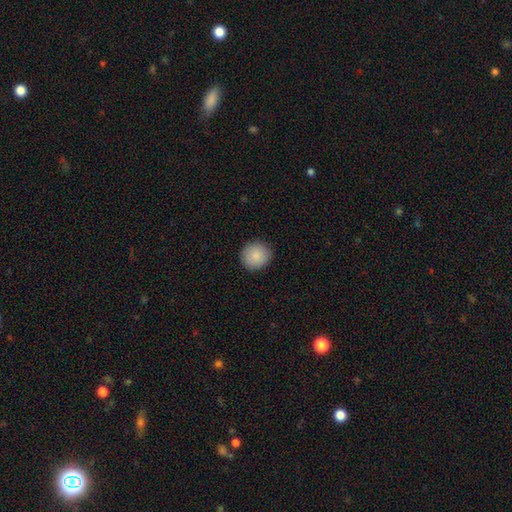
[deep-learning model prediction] smooth 88%, star or artifact 8%, featured or disk 5%. Down the decision tree: how rounded — round (89%); merging — none (89%).